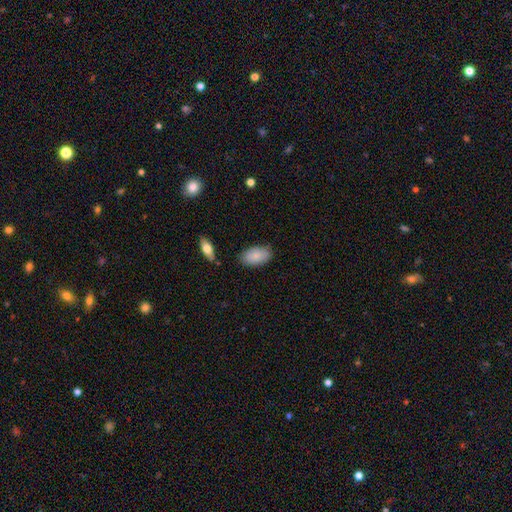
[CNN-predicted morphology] smooth_or_featured: smooth (p=0.86) [alt: featured or disk p=0.08]
how_rounded: in between (p=0.94) [alt: round p=0.03]
merging: none (p=0.81) [alt: minor disturbance p=0.14]